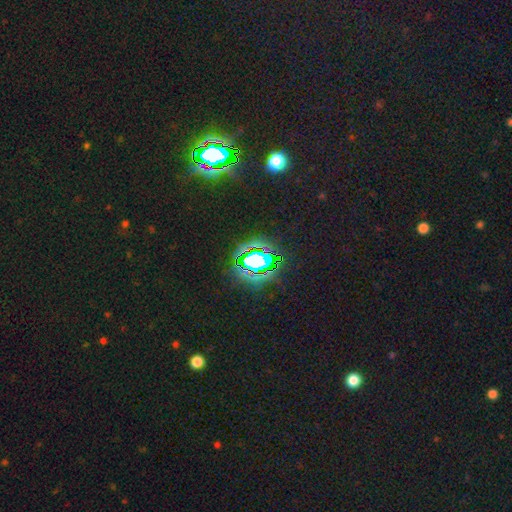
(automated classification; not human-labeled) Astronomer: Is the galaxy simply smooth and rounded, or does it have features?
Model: star or artifact — 69%.